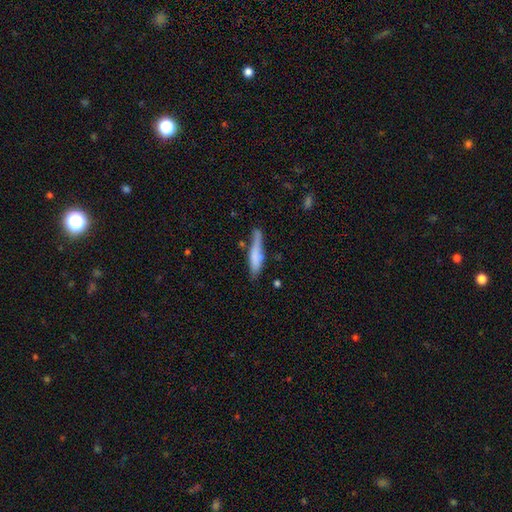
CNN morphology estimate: smooth 69%, featured or disk 24%, star or artifact 7%. Down the decision tree: how rounded — cigar-shaped (81%); merging — none (52%).